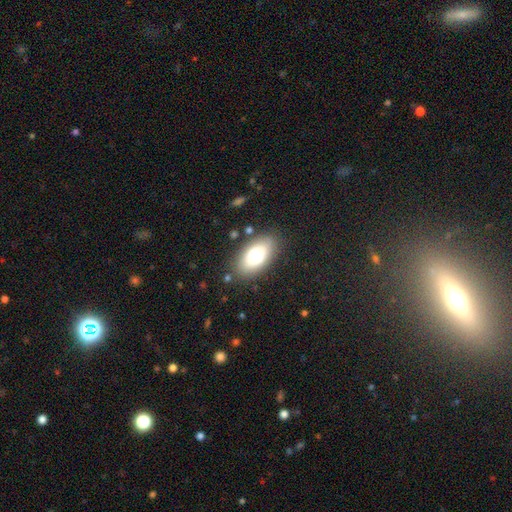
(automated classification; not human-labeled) This is likely a smooth galaxy (71%). How rounded: clearly in between (91%). Merging: clearly none (81%).